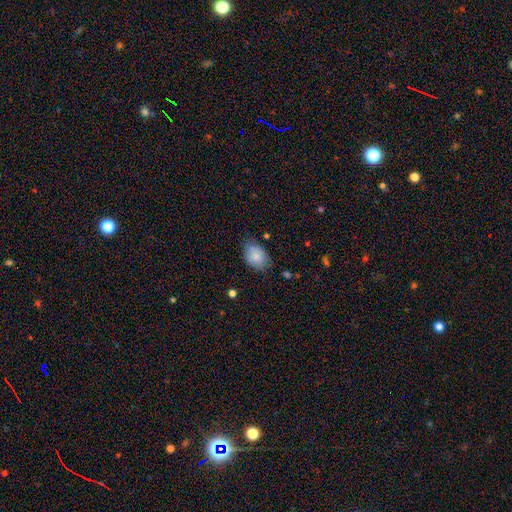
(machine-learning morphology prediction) The model was most divided on "merging": none: 67%, minor disturbance: 26%, major disturbance: 5%, merger: 2%. More confident: smooth or featured — smooth (82%); how rounded — in between (79%).